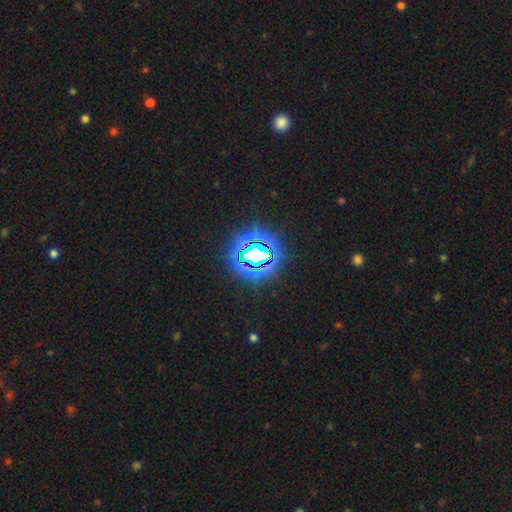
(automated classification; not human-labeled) The model was most divided on "smooth or featured": star or artifact: 75%, smooth: 15%, featured or disk: 10%.